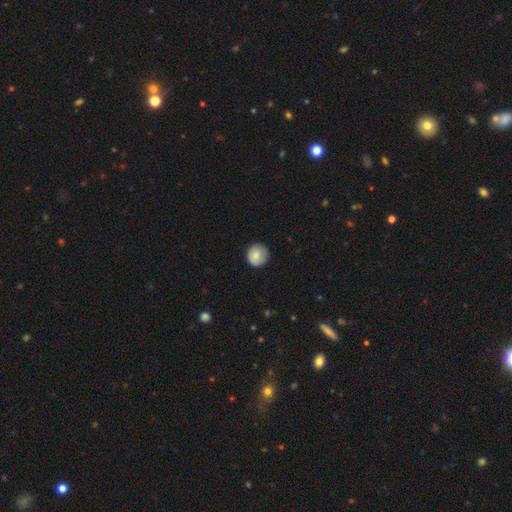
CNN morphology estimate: smooth-or-featured: smooth: 81% | featured or disk: 13% | star or artifact: 7%
  how-rounded: round: 93% | in between: 6% | cigar-shaped: 1%
  merging: none: 85% | minor disturbance: 11% | major disturbance: 2% | merger: 1%